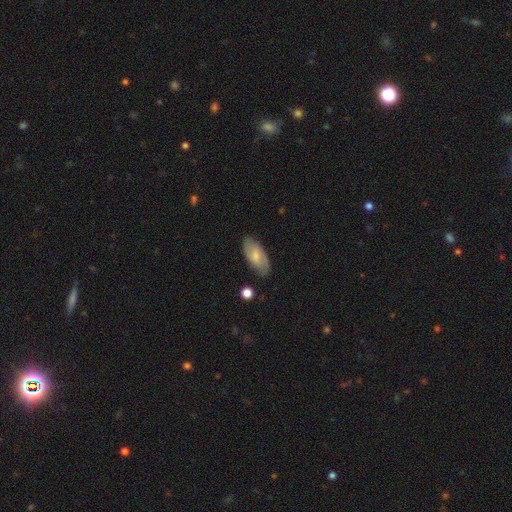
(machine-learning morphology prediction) A featured or disk galaxy (47%).

Vote fractions:
- Smooth or featured? featured or disk: 47% / smooth: 46% / star or artifact: 6%
- Merging? none: 82% / minor disturbance: 13% / major disturbance: 3% / merger: 2%